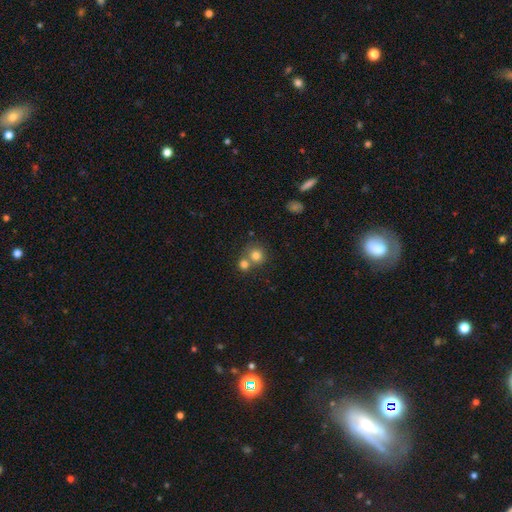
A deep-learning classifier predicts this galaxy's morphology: This appears to be a smooth galaxy with no disk features (78%) that is round (87%). Merging: none (50%).